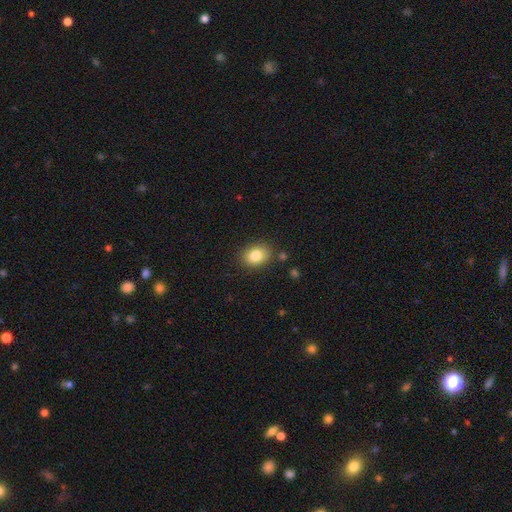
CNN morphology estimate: This is clearly a smooth galaxy (83%). How rounded: likely in between (65%). Merging: clearly none (85%).